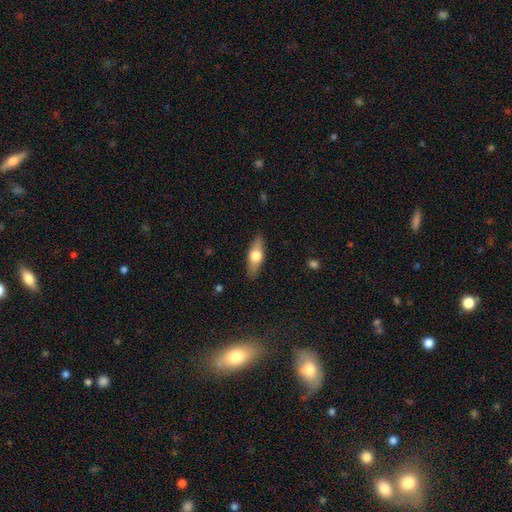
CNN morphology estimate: Overall: smooth (53%; featured or disk 41%). How rounded: in between (60%; cigar-shaped 37%). Merging: none (87%).